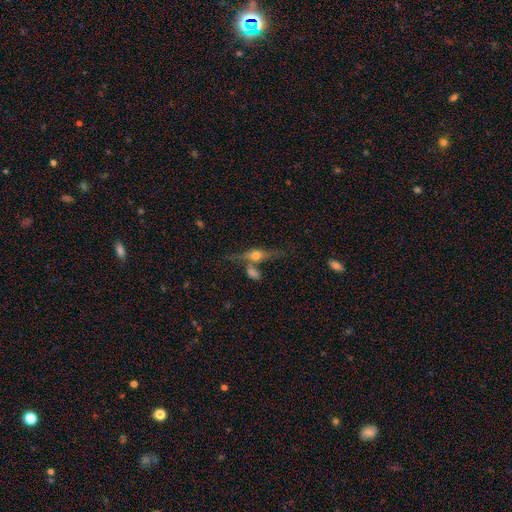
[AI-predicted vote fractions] A featured or disk galaxy (56%) viewed edge-on (84%).

Vote fractions:
- Smooth or featured? featured or disk: 56% / smooth: 36% / star or artifact: 8%
- Edge-on disk? yes: 84% / no: 16%
- Merging? none: 51% / merger: 29% / minor disturbance: 13% / major disturbance: 7%